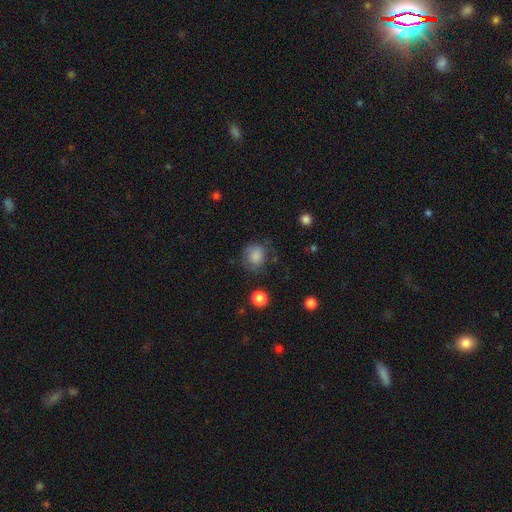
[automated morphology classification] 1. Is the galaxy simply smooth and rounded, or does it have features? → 83% smooth, 10% star or artifact, 7% featured or disk.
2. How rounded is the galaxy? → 77% round, 22% in between, 1% cigar-shaped.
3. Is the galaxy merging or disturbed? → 66% none, 22% minor disturbance, 10% major disturbance, 2% merger.